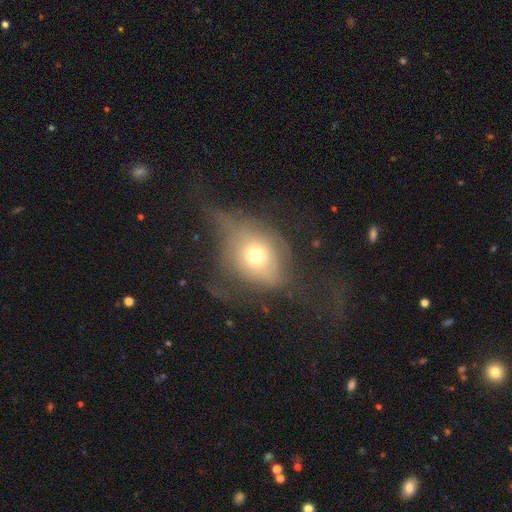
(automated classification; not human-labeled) smooth 55%, featured or disk 33%, star or artifact 12%. Down the decision tree: how rounded — round (57%); merging — major disturbance (48%).